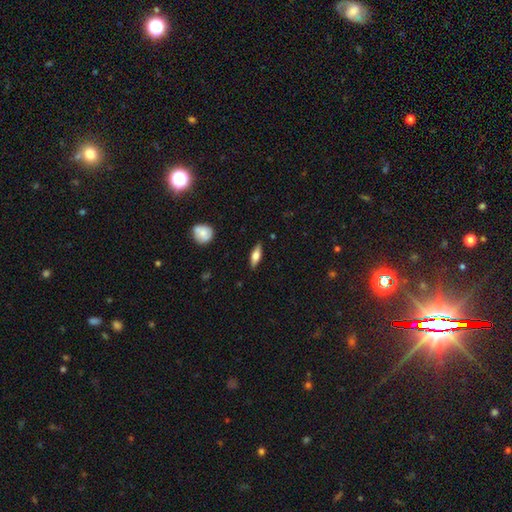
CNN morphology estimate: smooth_or_featured: smooth (p=0.63) [alt: featured or disk p=0.31]
how_rounded: in between (p=0.58) [alt: cigar-shaped p=0.39]
merging: none (p=0.86) [alt: minor disturbance p=0.10]